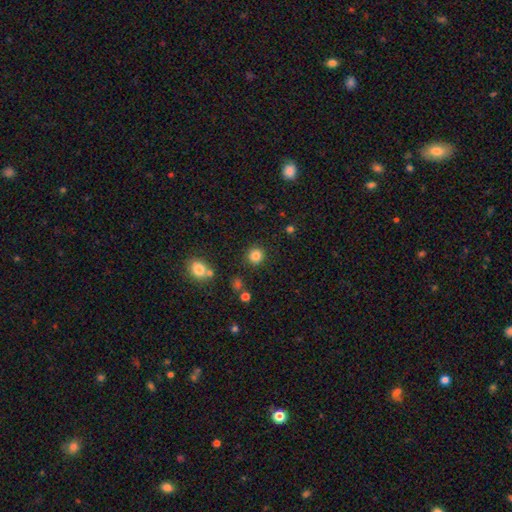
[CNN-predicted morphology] Smooth or featured?
  - smooth: 84% *
  - star or artifact: 12%
  - featured or disk: 4%
How rounded?
  - round: 91% *
  - in between: 8%
  - cigar-shaped: 1%
Merging?
  - none: 89% *
  - minor disturbance: 6%
  - merger: 3%
  - major disturbance: 2%